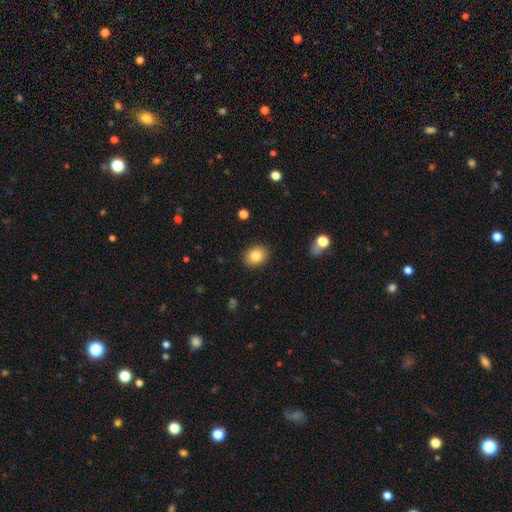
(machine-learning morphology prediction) Smooth or featured? smooth (83%)
How rounded? in between (52%)
Merging? none (89%)